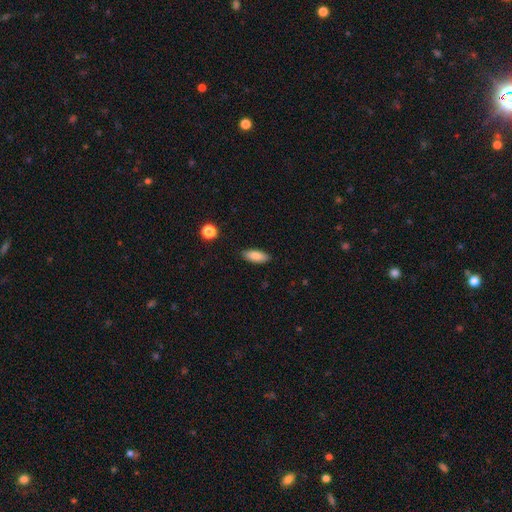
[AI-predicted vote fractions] Morphology: type=smooth (85%); roundness=in between (82%); merging=none (87%).